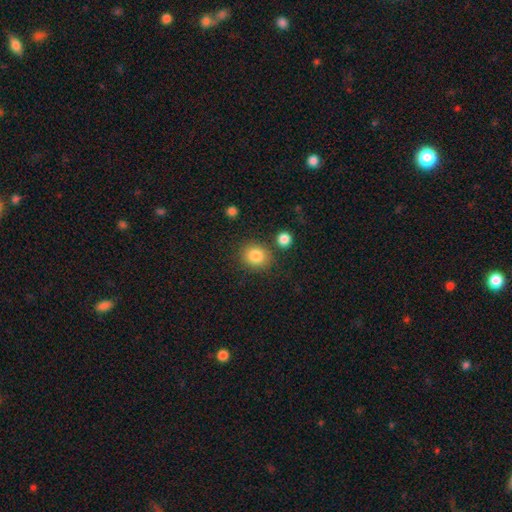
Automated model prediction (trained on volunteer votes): Smooth or featured? smooth (84%)
How rounded? round (78%)
Merging? none (80%)